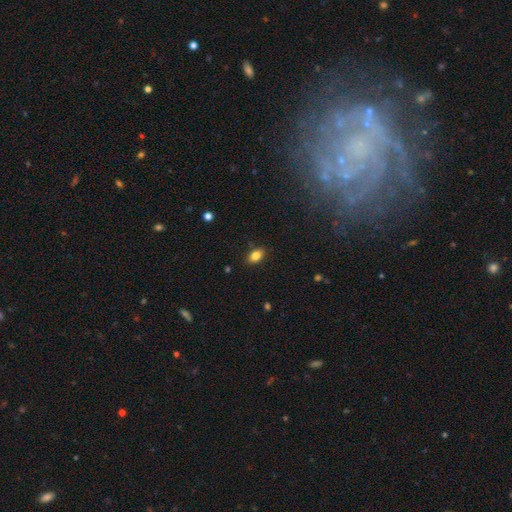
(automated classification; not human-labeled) smooth-or-featured: smooth: 83% | star or artifact: 9% | featured or disk: 7%
  how-rounded: in between: 85% | round: 12% | cigar-shaped: 2%
  merging: none: 86% | minor disturbance: 11% | major disturbance: 2% | merger: 1%